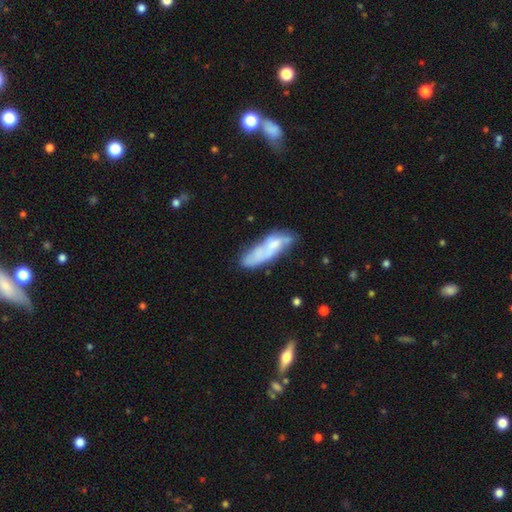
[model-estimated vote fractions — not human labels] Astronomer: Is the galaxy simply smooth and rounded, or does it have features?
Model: smooth — 53% (runner-up: featured or disk, 40%).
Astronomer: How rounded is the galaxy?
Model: in between — 55% (runner-up: cigar-shaped, 42%).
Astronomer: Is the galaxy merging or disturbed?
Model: none — 36% (runner-up: minor disturbance, 26%).